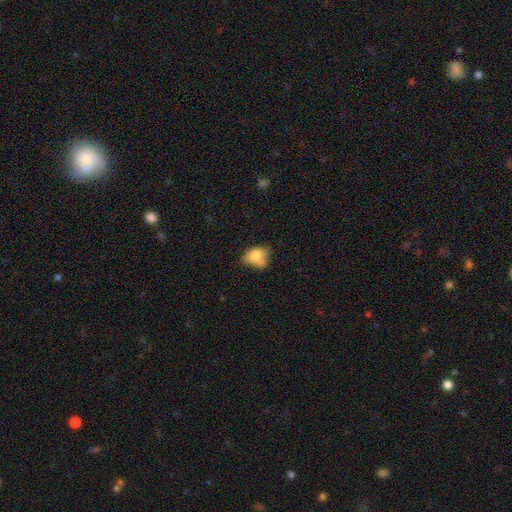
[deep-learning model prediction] Smooth or featured?
  - smooth: 75% *
  - featured or disk: 16%
  - star or artifact: 9%
How rounded?
  - in between: 71% *
  - round: 27%
  - cigar-shaped: 2%
Merging?
  - minor disturbance: 36% *
  - none: 33%
  - major disturbance: 17%
  - merger: 15%